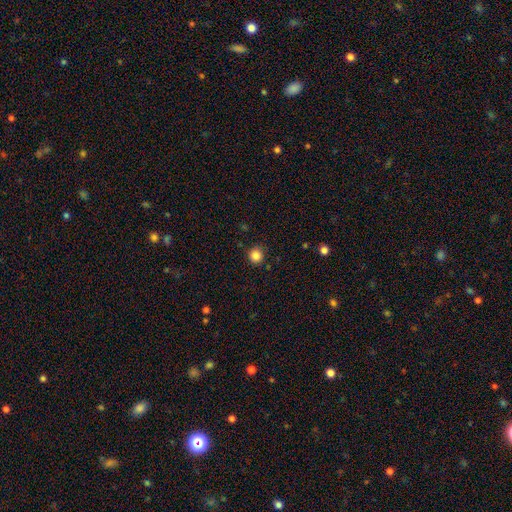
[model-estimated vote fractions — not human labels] A smooth galaxy with no disk features (84%) that is round (93%). Merging: none (89%).